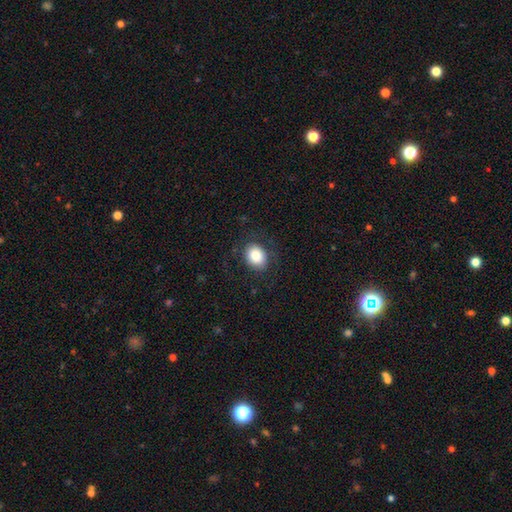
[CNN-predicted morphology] Smooth or featured?
  - smooth: 84% *
  - star or artifact: 8%
  - featured or disk: 8%
How rounded?
  - in between: 53% *
  - round: 46%
  - cigar-shaped: 1%
Merging?
  - none: 81% *
  - minor disturbance: 12%
  - major disturbance: 5%
  - merger: 1%